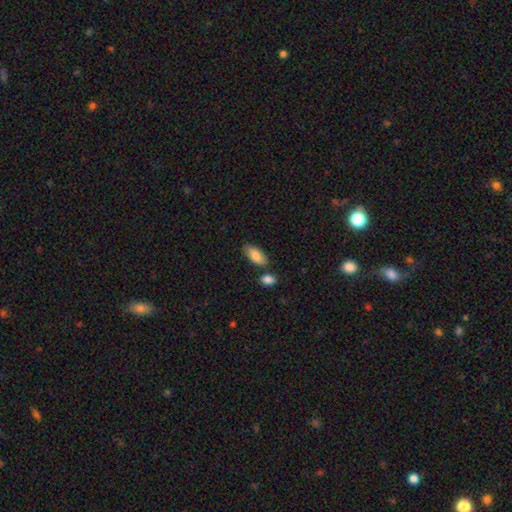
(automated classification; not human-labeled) Overall: smooth (85%). How rounded: in between (90%). Merging: none (75%).